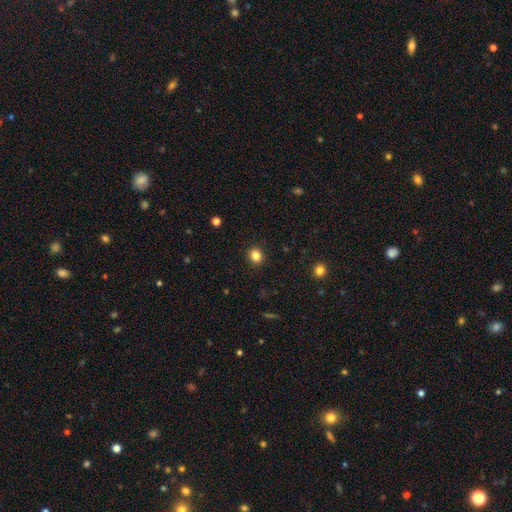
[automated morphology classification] type=smooth (85%); roundness=round (61%); merging=none (90%).